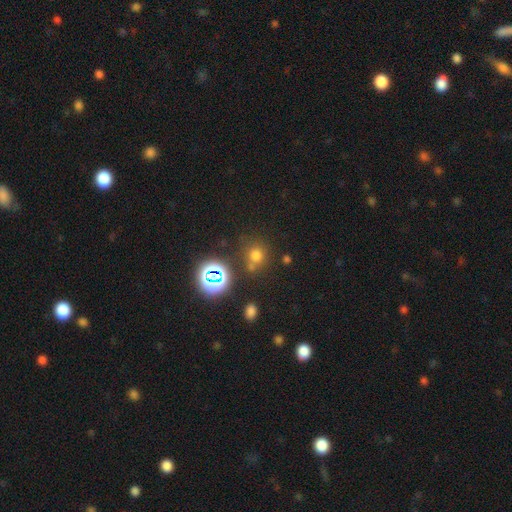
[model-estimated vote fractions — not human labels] Smooth or featured? Predicted: smooth (p=0.65). How rounded? Predicted: round (p=0.81). Merging? Predicted: none (p=0.69).